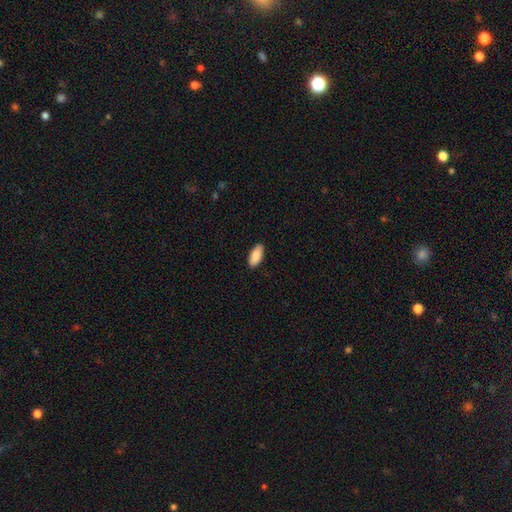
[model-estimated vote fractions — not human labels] A smooth galaxy with no disk features (88%) that is in between round and cigar-shaped (88%). Merging: none (88%).